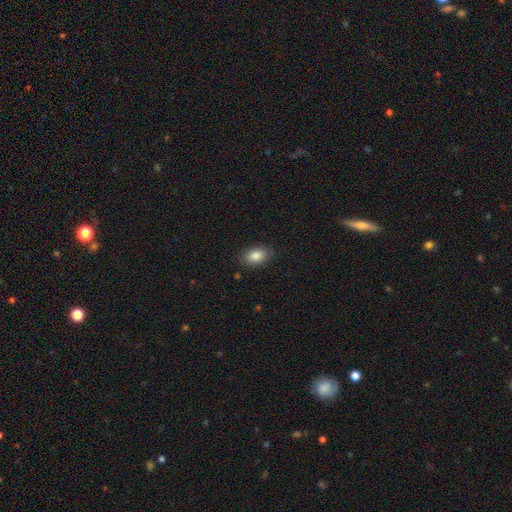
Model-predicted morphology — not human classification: A smooth galaxy with no disk features (86%) that is in between round and cigar-shaped (88%). Merging: none (86%).